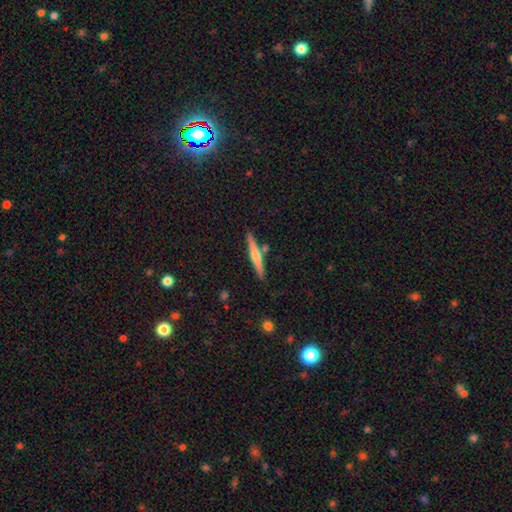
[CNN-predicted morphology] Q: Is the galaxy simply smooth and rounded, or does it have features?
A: featured or disk — 57%.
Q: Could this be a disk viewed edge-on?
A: yes — 97%.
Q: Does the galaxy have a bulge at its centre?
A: rounded — 75%.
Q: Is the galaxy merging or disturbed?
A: none — 84%.